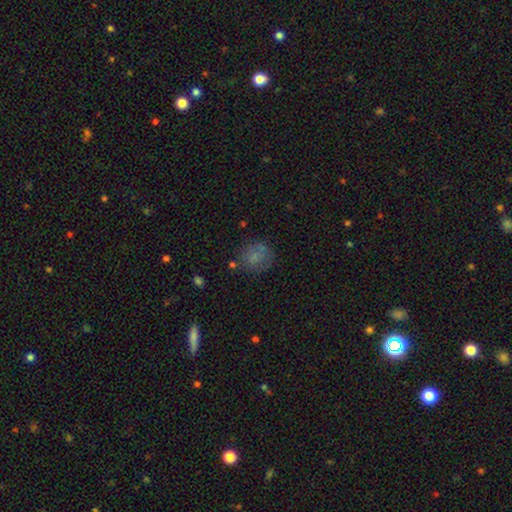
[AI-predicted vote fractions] Smooth or featured: smooth — 70% (featured or disk — 15%)
How rounded: round — 77% (in between — 22%)
Merging: none — 66% (minor disturbance — 20%)